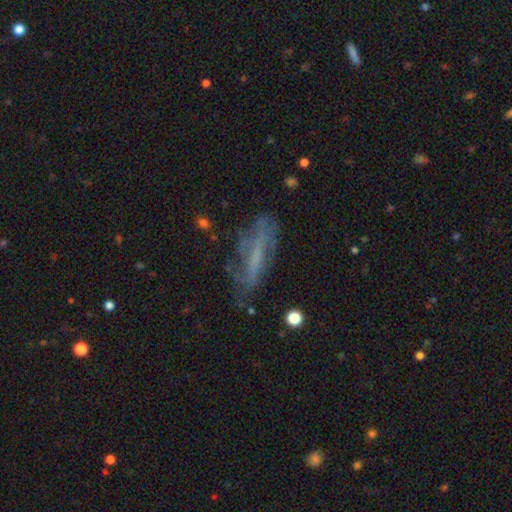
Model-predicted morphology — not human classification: The model was most divided on "smooth or featured": featured or disk: 52%, smooth: 34%, star or artifact: 14%. More confident: merging — none (62%); edge-on disk — no (61%).